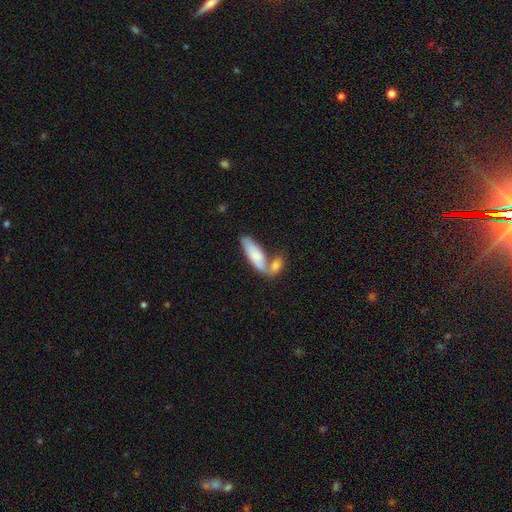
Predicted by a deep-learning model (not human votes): A smooth galaxy with no disk features (73%) that is in between round and cigar-shaped (61%). Merging: merger (52%).